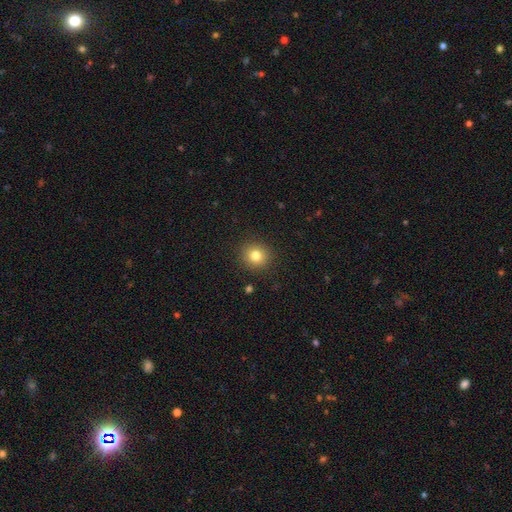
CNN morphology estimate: type=smooth (81%); roundness=round (88%); merging=none (90%).